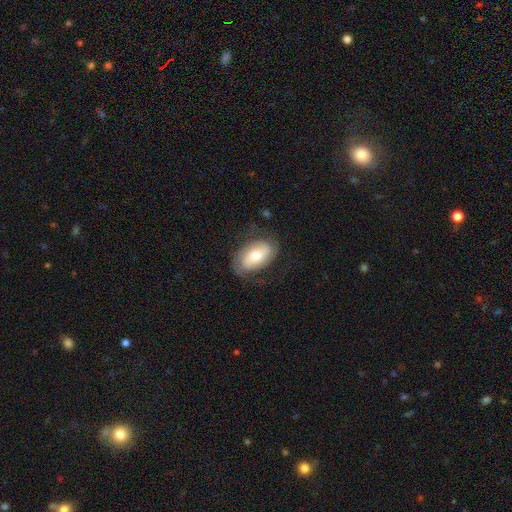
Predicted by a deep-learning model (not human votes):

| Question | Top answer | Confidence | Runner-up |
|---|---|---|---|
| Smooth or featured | smooth | 52% | featured or disk (42%) |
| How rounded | in between | 92% | round (6%) |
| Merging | none | 67% | minor disturbance (21%) |